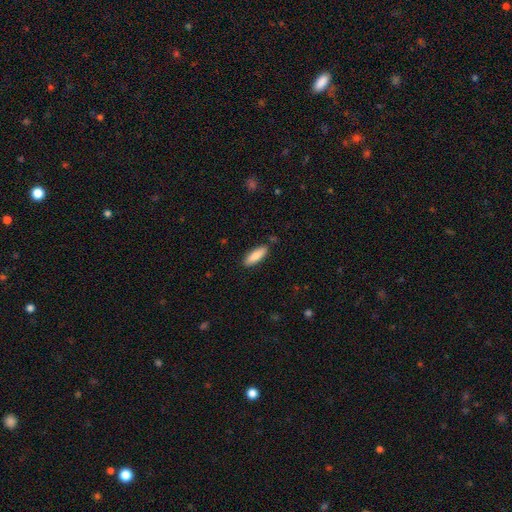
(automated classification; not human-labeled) Q: Smooth or featured?
A: smooth (85%); runner-up: featured or disk (9%)
Q: How rounded?
A: in between (56%); runner-up: cigar-shaped (43%)
Q: Merging?
A: none (87%); runner-up: minor disturbance (10%)